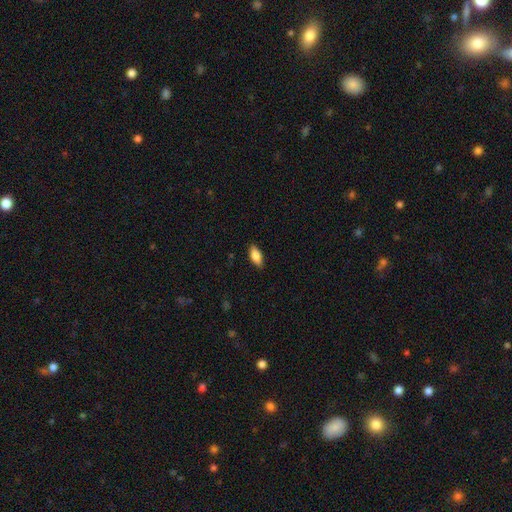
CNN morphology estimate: Smooth or featured: smooth — 82% (featured or disk — 11%)
How rounded: in between — 86% (cigar-shaped — 12%)
Merging: none — 88% (minor disturbance — 9%)